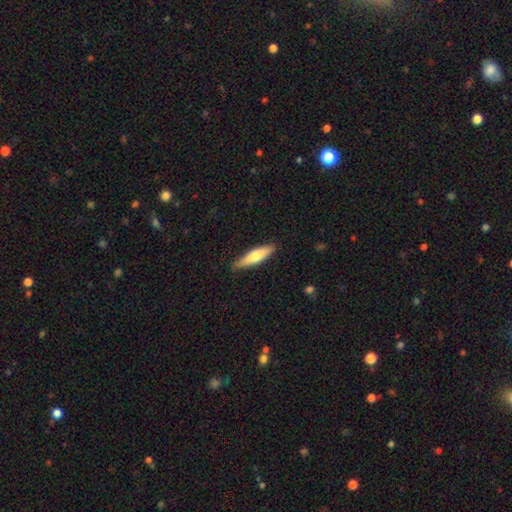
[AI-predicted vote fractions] Smooth or featured? Predicted: smooth (p=0.66). How rounded? Predicted: cigar-shaped (p=0.71). Merging? Predicted: none (p=0.86).